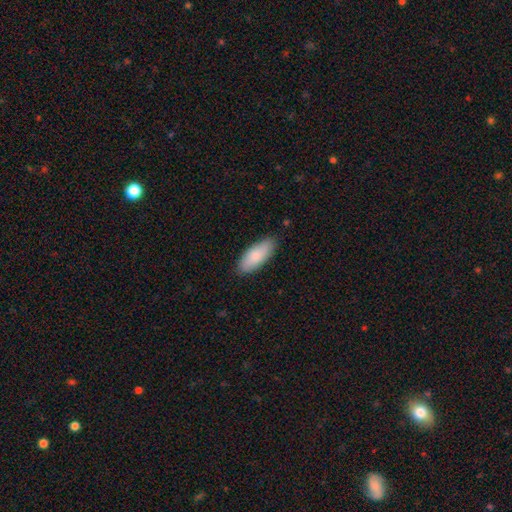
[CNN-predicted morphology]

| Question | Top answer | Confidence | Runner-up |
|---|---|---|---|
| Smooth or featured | smooth | 84% | featured or disk (11%) |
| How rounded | in between | 77% | cigar-shaped (21%) |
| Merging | none | 84% | minor disturbance (12%) |